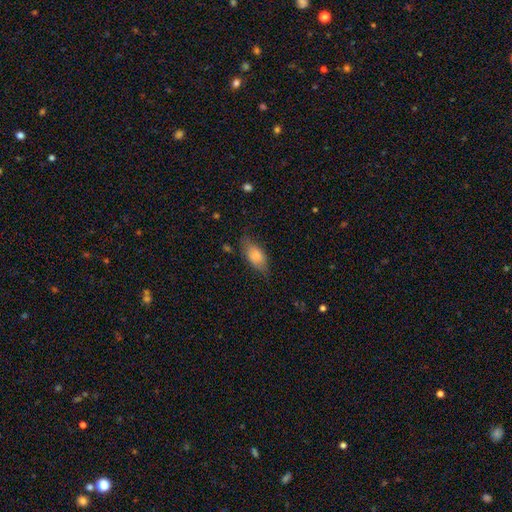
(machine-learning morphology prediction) Smooth or featured? smooth (74%)
How rounded? in between (86%)
Merging? none (71%)